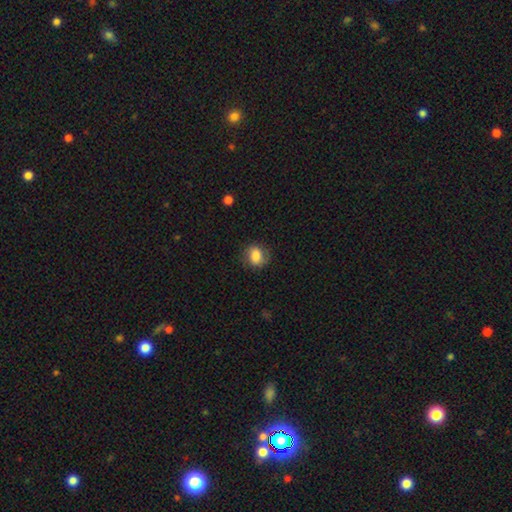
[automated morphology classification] smooth_or_featured: smooth (p=0.77) [alt: featured or disk p=0.14]
how_rounded: round (p=0.52) [alt: in between p=0.47]
merging: none (p=0.73) [alt: minor disturbance p=0.19]